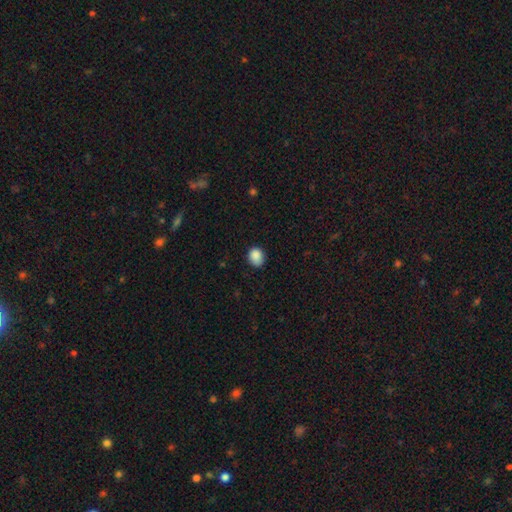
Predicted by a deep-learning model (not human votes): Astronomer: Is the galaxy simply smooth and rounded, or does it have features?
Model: smooth — 88%.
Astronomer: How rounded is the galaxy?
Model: round — 58% (runner-up: in between, 41%).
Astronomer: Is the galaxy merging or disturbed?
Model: none — 79%.